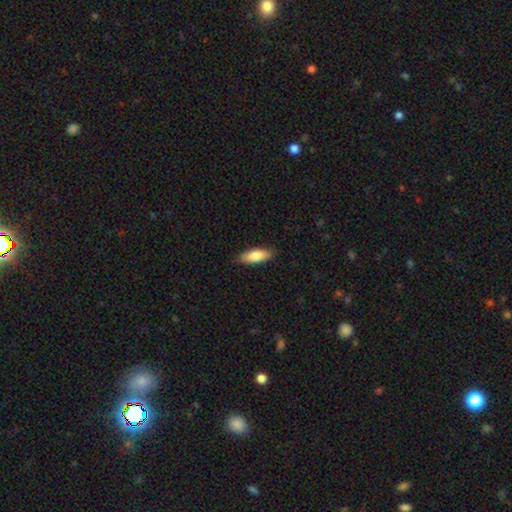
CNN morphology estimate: Smooth or featured: smooth — 83% (featured or disk — 11%)
How rounded: in between — 75% (cigar-shaped — 23%)
Merging: none — 86% (minor disturbance — 11%)